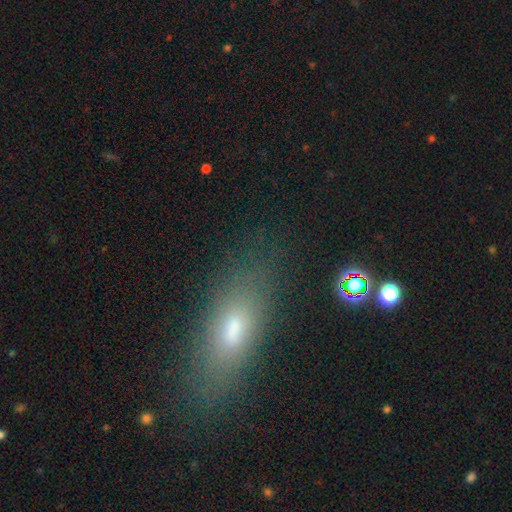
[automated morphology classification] The model was most divided on "how rounded": in between: 62%, cigar-shaped: 32%, round: 6%. More confident: merging — none (85%); smooth or featured — smooth (64%).